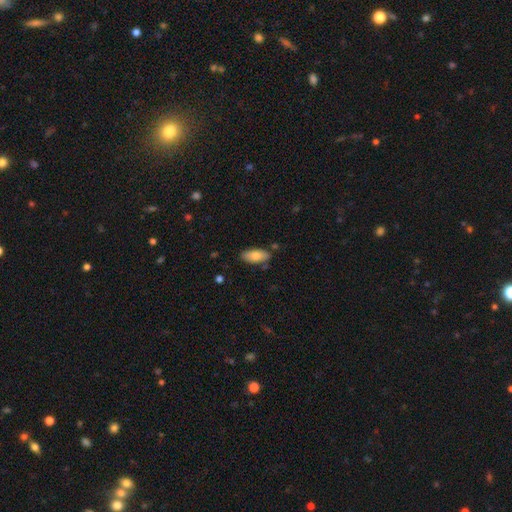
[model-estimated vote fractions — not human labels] Smooth or featured? smooth (78%)
How rounded? in between (87%)
Merging? none (82%)